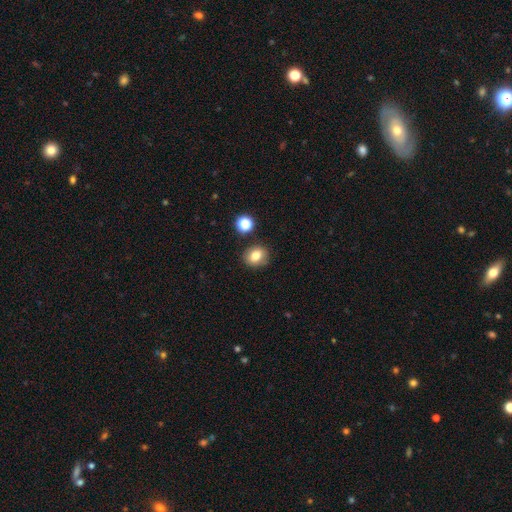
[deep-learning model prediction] The model was most divided on "how rounded": round: 63%, in between: 36%, cigar-shaped: 1%. More confident: merging — none (84%); smooth or featured — smooth (79%).